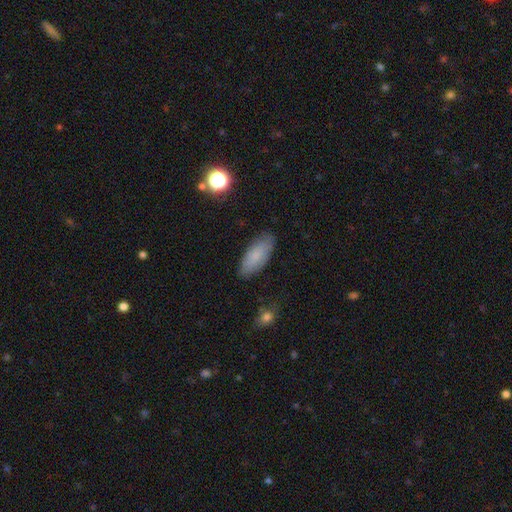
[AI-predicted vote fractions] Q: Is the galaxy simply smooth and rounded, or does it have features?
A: smooth — 79%.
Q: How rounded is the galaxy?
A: in between — 80%.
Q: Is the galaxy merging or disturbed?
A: none — 82%.